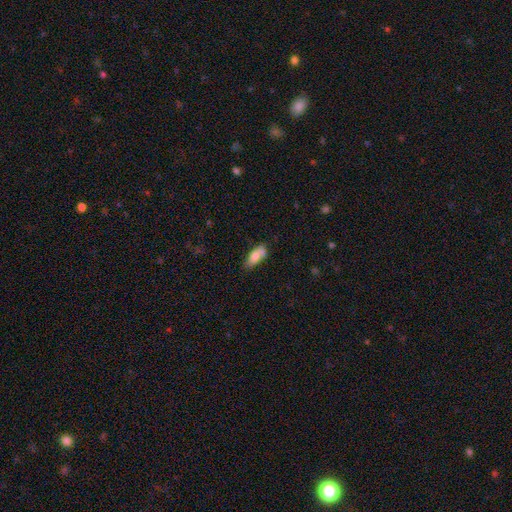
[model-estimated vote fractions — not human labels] Morphology: type=smooth (72%); roundness=in between (77%); merging=none (54%).